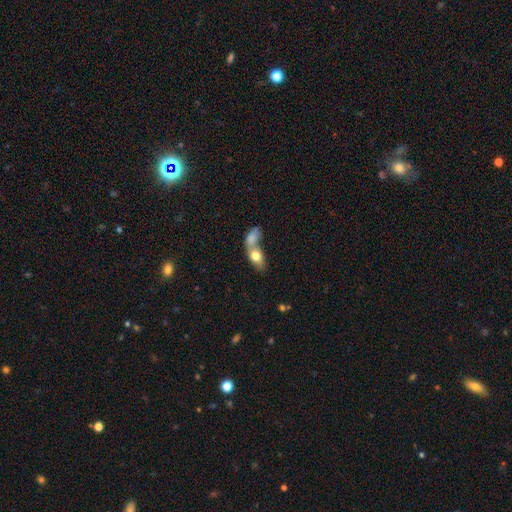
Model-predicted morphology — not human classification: type=smooth (76%); roundness=in between (81%); merging=merger (74%).